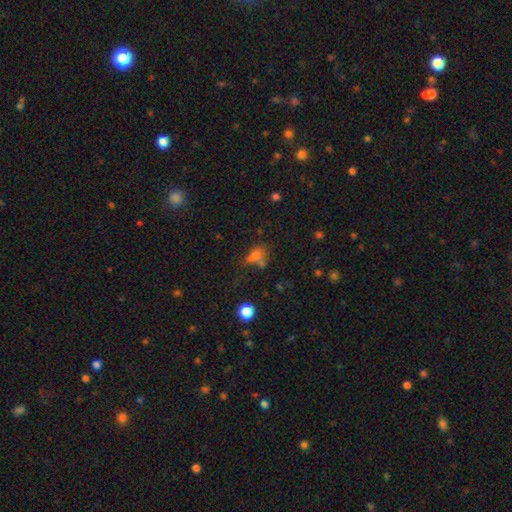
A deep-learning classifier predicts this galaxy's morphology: This is likely a smooth galaxy (64%). How rounded: possibly in between (50%). Merging: marginally none (44%).